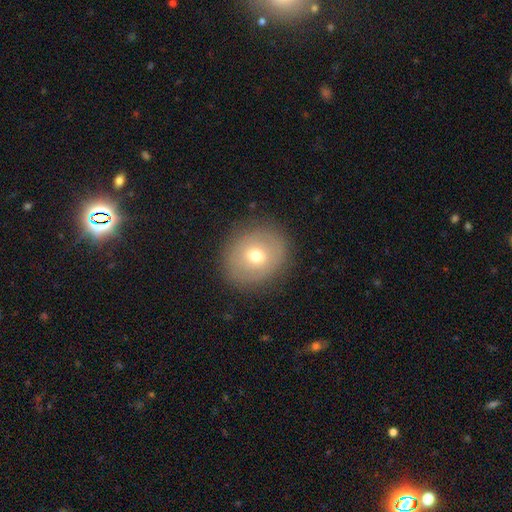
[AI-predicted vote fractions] smooth 61%, featured or disk 29%, star or artifact 10%. Down the decision tree: how rounded — round (72%); merging — none (84%).